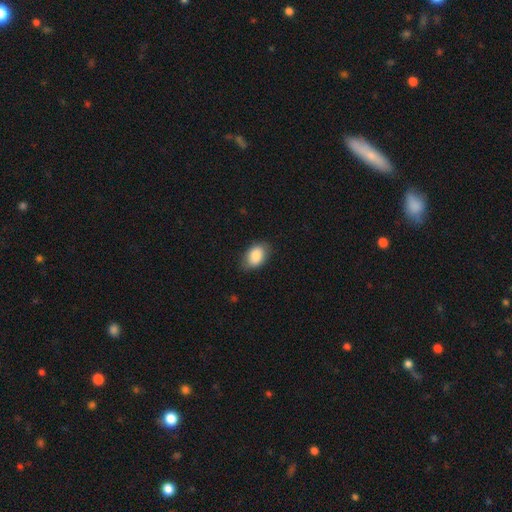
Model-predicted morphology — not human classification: This is clearly a smooth galaxy (86%). How rounded: clearly in between (87%). Merging: likely none (78%).